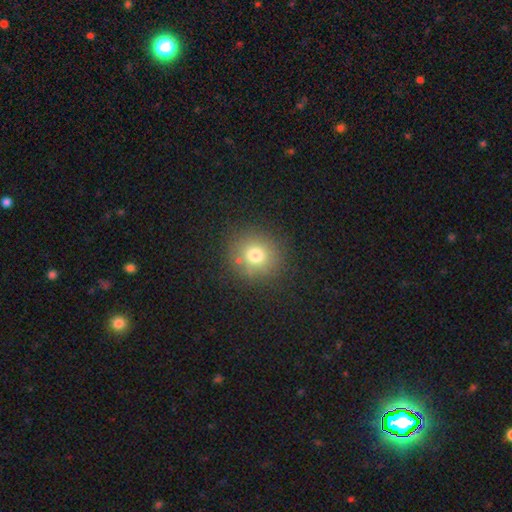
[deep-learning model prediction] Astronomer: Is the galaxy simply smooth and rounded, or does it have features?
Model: smooth — 75%.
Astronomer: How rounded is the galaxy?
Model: round — 90%.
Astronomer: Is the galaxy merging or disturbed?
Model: none — 85%.